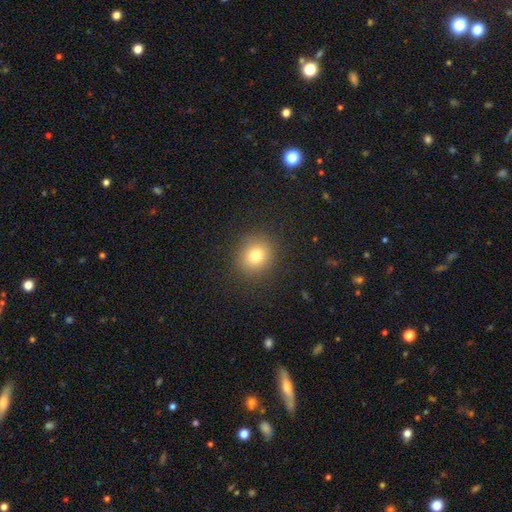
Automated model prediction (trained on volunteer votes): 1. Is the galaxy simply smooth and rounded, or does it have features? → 78% smooth, 13% star or artifact, 9% featured or disk.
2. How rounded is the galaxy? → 83% round, 17% in between, 1% cigar-shaped.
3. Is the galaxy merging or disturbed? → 89% none, 7% minor disturbance, 3% major disturbance, 1% merger.